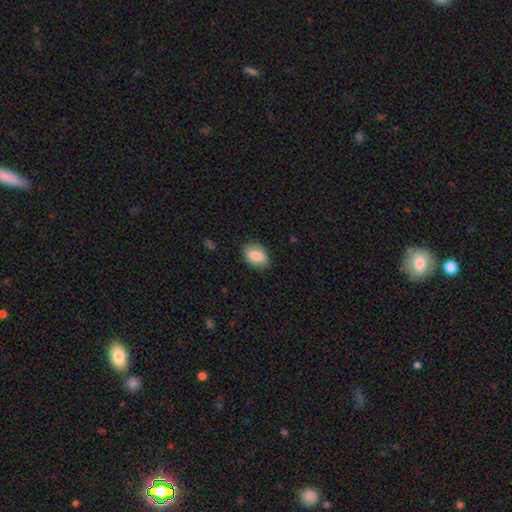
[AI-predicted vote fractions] Smooth or featured? smooth (81%)
How rounded? in between (80%)
Merging? none (79%)